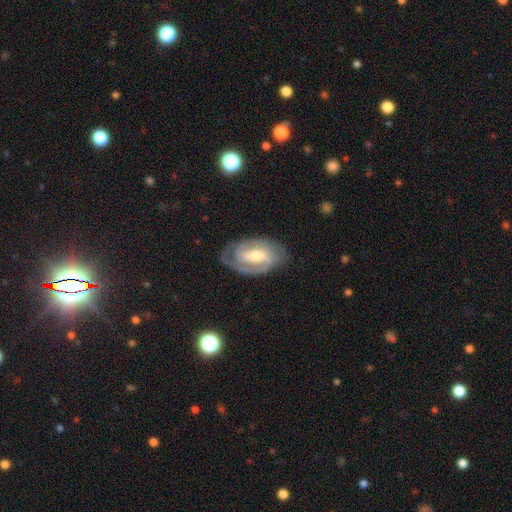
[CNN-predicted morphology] smooth-or-featured: featured or disk: 84% | smooth: 11% | star or artifact: 5%
  disk-edge-on: no: 96% | yes: 4%
    bar: weak: 45% | strong: 31% | no: 25%
    has-spiral-arms: yes: 94% | no: 6%
      spiral-winding: tight: 55% | medium: 37% | loose: 8%
      spiral-arm-count: 2: 70% | can't tell: 12% | 3: 9% | 1: 5% | 4: 2% | more than 4: 2%
    bulge-size: moderate: 56% | small: 36% | large: 5% | none: 2% | dominant: 1%
  merging: none: 77% | minor disturbance: 16% | major disturbance: 6% | merger: 1%